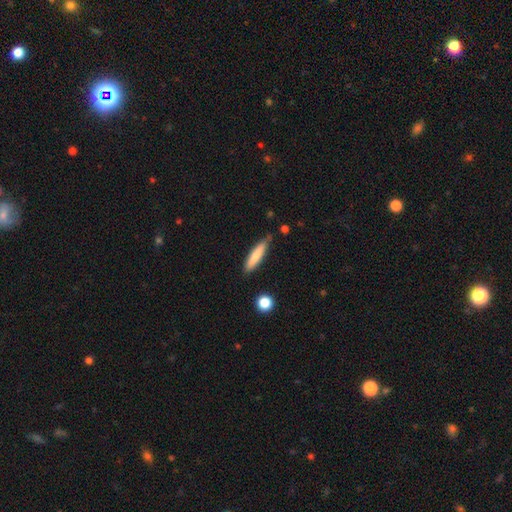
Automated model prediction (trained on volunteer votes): smooth 79%, featured or disk 15%, star or artifact 6%. Down the decision tree: how rounded — cigar-shaped (85%); merging — none (78%).